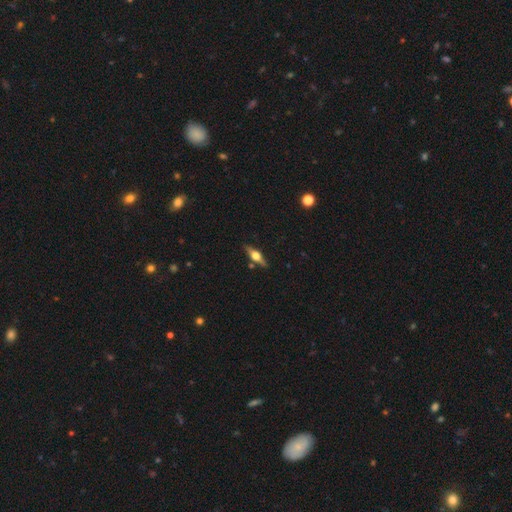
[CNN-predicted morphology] A featured or disk galaxy (70%) viewed edge-on (96%) with a rounded central bulge (94%). Merging: none (85%).